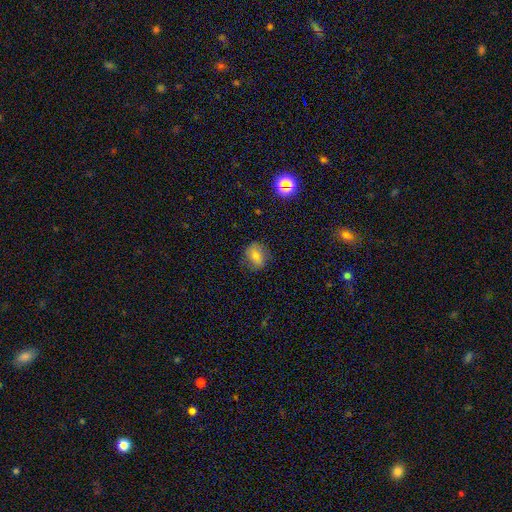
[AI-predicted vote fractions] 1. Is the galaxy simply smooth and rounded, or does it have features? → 72% smooth, 15% featured or disk, 13% star or artifact.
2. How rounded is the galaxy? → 54% round, 45% in between, 1% cigar-shaped.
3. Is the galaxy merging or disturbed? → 76% none, 17% minor disturbance, 5% major disturbance, 1% merger.